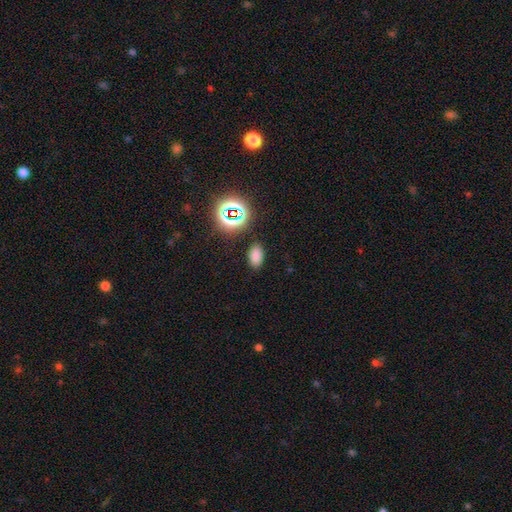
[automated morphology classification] Smooth or featured?
  - smooth: 75% *
  - star or artifact: 20%
  - featured or disk: 5%
How rounded?
  - in between: 88% *
  - round: 10%
  - cigar-shaped: 2%
Merging?
  - none: 85% *
  - minor disturbance: 9%
  - major disturbance: 3%
  - merger: 2%